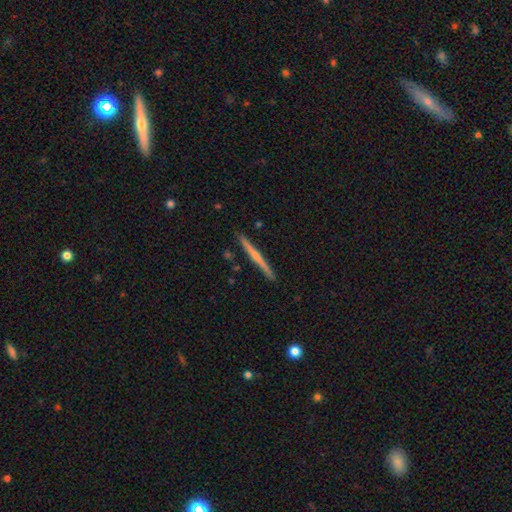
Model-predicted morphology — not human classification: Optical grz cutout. It shows a featured or disk galaxy (61%) viewed edge-on (98%) with a rounded central bulge (49%). Merging: none (91%).